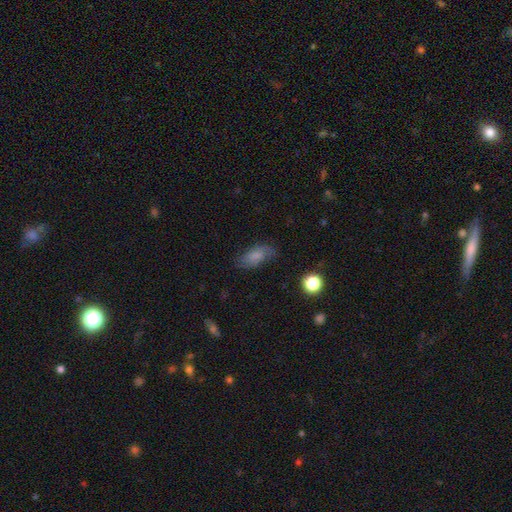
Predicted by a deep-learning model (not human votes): Smooth or featured? smooth (75%)
How rounded? in between (87%)
Merging? none (71%)